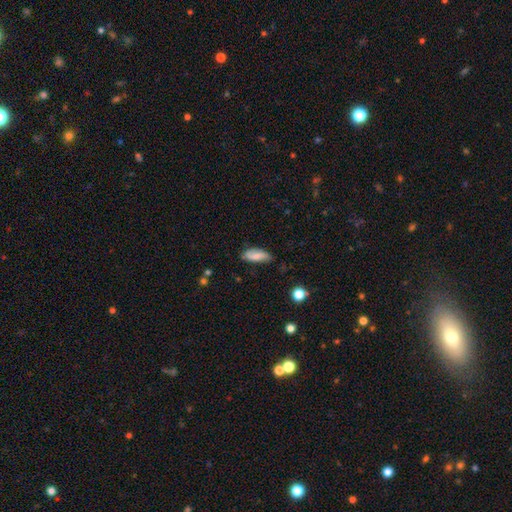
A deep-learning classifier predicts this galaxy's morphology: type=smooth (73%); roundness=in between (76%); merging=none (68%).